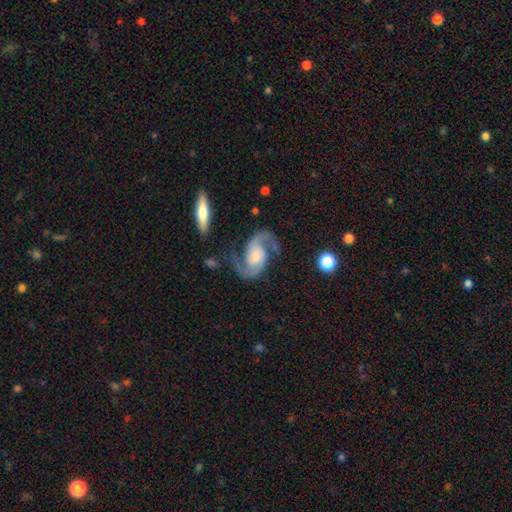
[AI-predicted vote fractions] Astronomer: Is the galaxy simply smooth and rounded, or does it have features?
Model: featured or disk — 91%.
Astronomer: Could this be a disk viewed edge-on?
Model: no — 98%.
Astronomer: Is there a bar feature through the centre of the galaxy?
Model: no — 56% (runner-up: weak, 33%).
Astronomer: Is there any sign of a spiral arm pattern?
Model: yes — 98%.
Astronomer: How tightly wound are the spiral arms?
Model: medium — 49% (runner-up: loose, 39%).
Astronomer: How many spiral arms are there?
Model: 2 — 94%.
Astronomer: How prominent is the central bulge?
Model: small — 42% (runner-up: moderate, 40%).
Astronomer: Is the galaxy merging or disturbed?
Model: none — 72%.